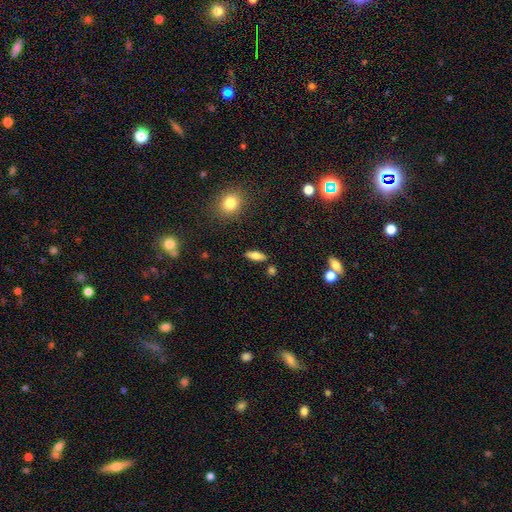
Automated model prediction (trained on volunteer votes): This is likely a smooth galaxy (71%). How rounded: likely in between (68%). Merging: clearly none (85%).